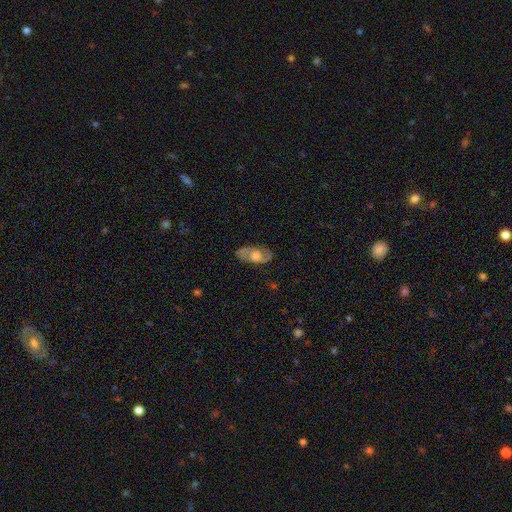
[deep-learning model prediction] This is possibly a featured or disk galaxy (60%). It is clearly not viewed edge-on (86%). Bar: likely no (69%). Spiral arm pattern: likely yes (70%). Central bulge: possibly moderate (47%). Merging: likely none (78%).